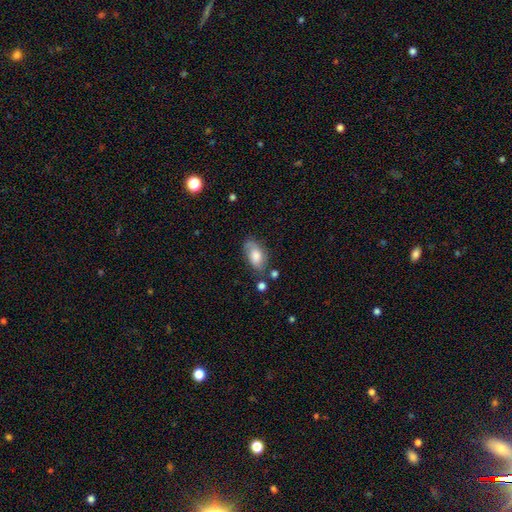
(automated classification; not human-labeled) smooth_or_featured: smooth (p=0.63) [alt: featured or disk p=0.28]
how_rounded: in between (p=0.91) [alt: round p=0.06]
merging: none (p=0.63) [alt: minor disturbance p=0.24]